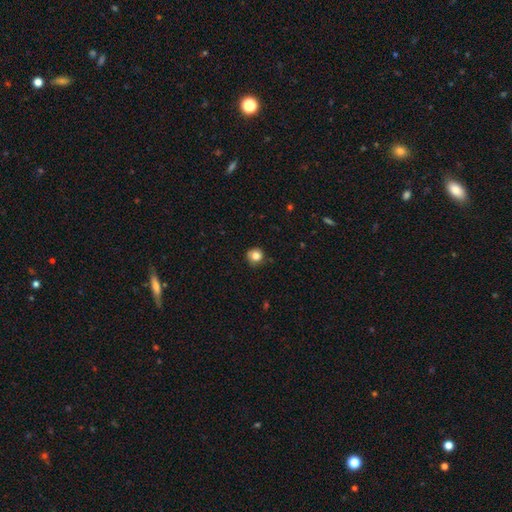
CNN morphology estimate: smooth 84%, star or artifact 11%, featured or disk 6%. Down the decision tree: how rounded — round (91%); merging — none (82%).